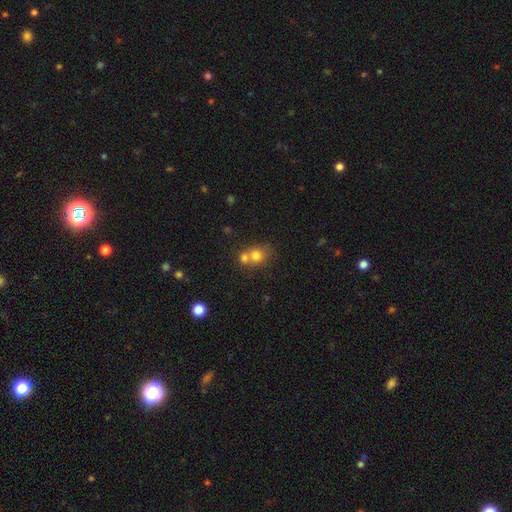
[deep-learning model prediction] Smooth or featured: smooth — 74% (featured or disk — 14%)
How rounded: round — 78% (in between — 21%)
Merging: merger — 53% (none — 37%)